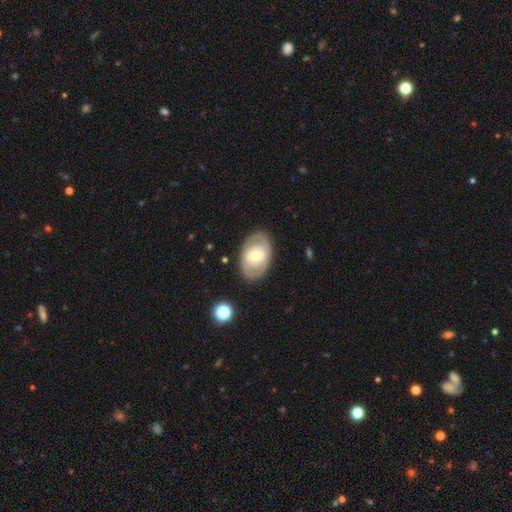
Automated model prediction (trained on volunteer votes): featured or disk 55%, smooth 39%, star or artifact 6%. Down the decision tree: edge-on disk — no (93%); bar — no (59%); spiral arms — no (60%); bulge size — moderate (63%); merging — none (83%).